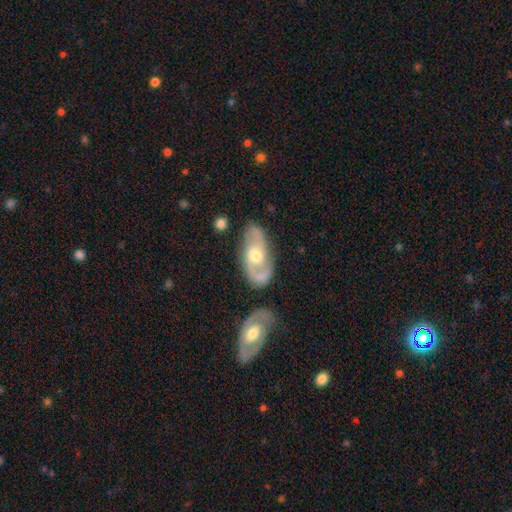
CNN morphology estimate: A featured or disk galaxy (79%) with no bar (66%), 2 (86%) medium (49%) spiral arms (85%) and a moderate central bulge (74%). Merging: none (69%).